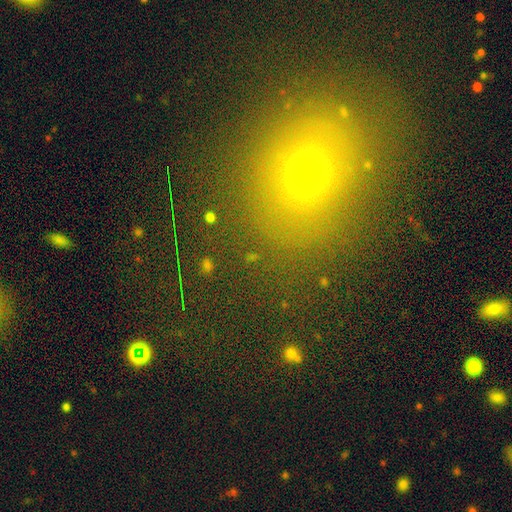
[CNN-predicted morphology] A smooth galaxy with no disk features (50%).

Vote fractions:
- Smooth or featured? smooth: 50% / star or artifact: 36% / featured or disk: 14%
- Merging? none: 81% / minor disturbance: 10% / major disturbance: 5% / merger: 4%